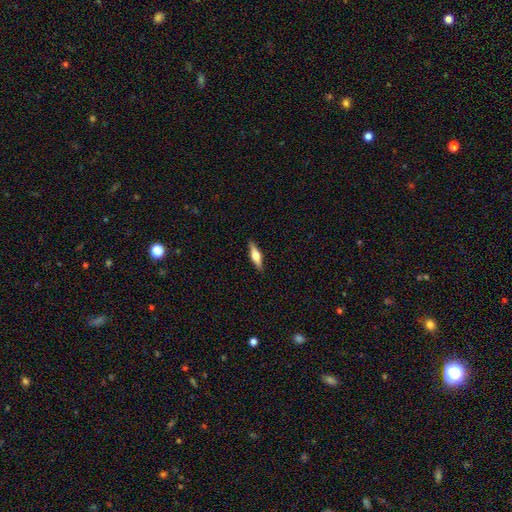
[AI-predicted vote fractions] smooth_or_featured: featured or disk (p=0.49) [alt: smooth p=0.44]
merging: none (p=0.89) [alt: minor disturbance p=0.08]